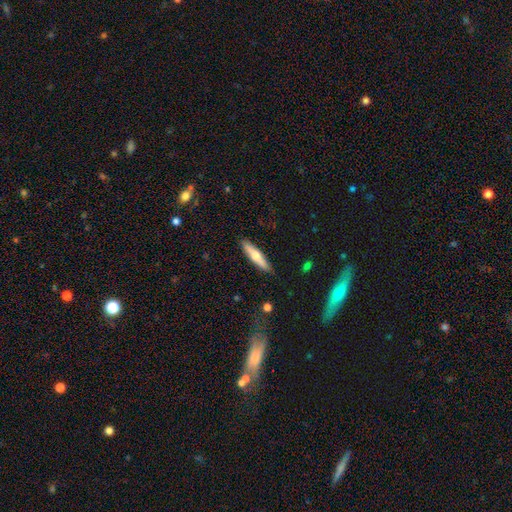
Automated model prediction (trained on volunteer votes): This appears to be a smooth galaxy with no disk features (52%) that is cigar-shaped (81%). Merging: none (88%).